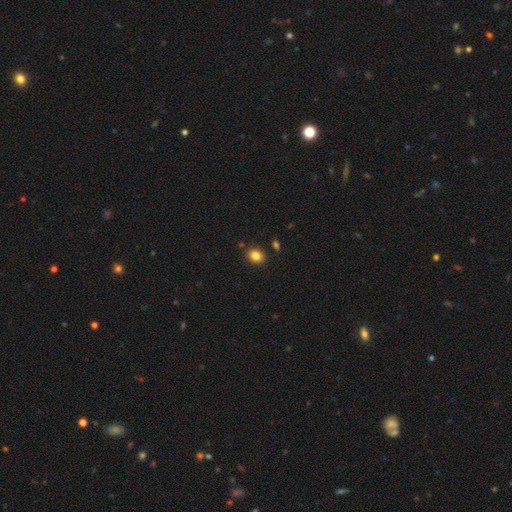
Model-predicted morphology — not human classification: smooth_or_featured: smooth (p=0.84) [alt: star or artifact p=0.11]
how_rounded: round (p=0.61) [alt: in between p=0.38]
merging: none (p=0.86) [alt: minor disturbance p=0.08]